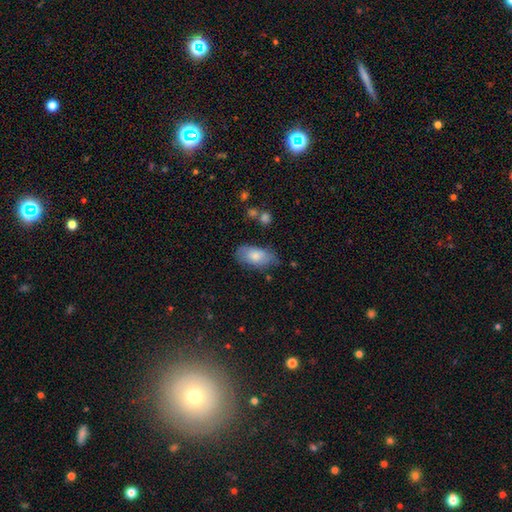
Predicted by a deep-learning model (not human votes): smooth-or-featured: smooth: 78% | featured or disk: 16% | star or artifact: 6%
  how-rounded: in between: 92% | cigar-shaped: 4% | round: 4%
  merging: none: 66% | minor disturbance: 25% | major disturbance: 6% | merger: 3%